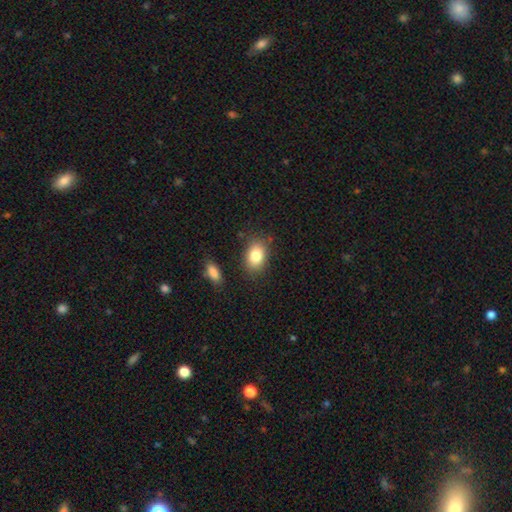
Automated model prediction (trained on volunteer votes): Overall: smooth (82%). How rounded: in between (79%). Merging: none (80%).